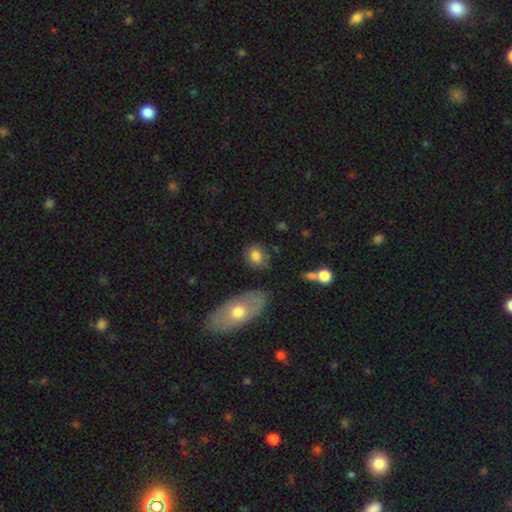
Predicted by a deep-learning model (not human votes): This appears to be a smooth galaxy with no disk features (81%) that is round (57%). Merging: none (73%).